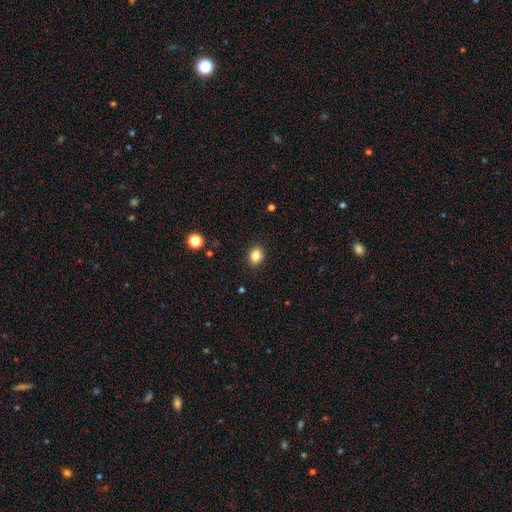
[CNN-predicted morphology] This is clearly a smooth galaxy (84%). How rounded: possibly in between (59%). Merging: clearly none (89%).